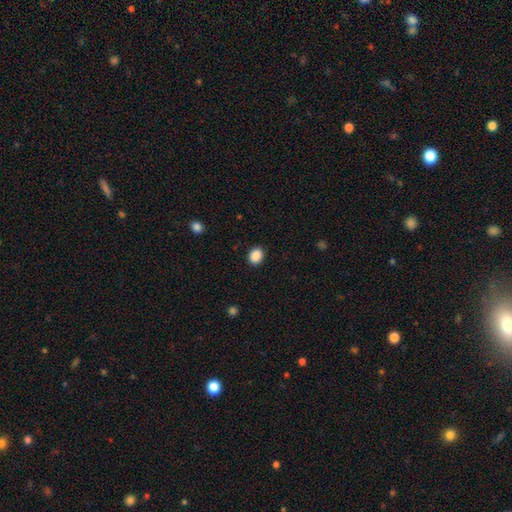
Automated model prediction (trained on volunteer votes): Smooth or featured: smooth — 89% (star or artifact — 8%)
How rounded: round — 51% (in between — 48%)
Merging: none — 90% (minor disturbance — 7%)